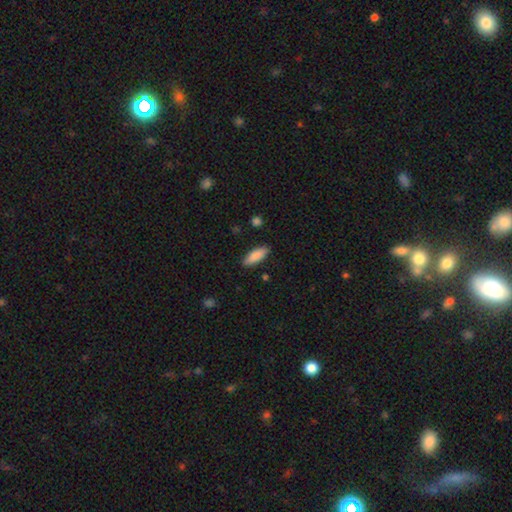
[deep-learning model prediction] A smooth galaxy with no disk features (86%) that is in between round and cigar-shaped (64%). Merging: none (86%).